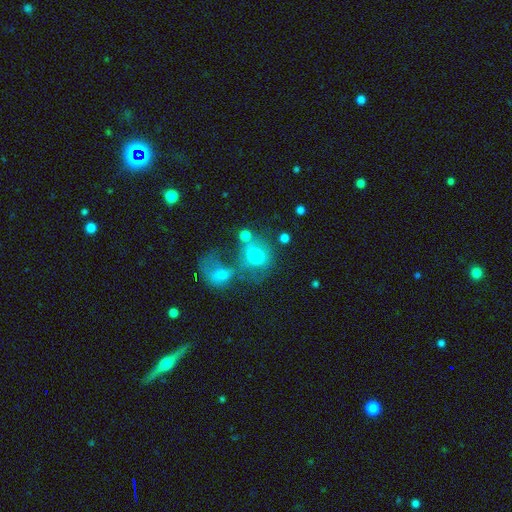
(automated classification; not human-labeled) smooth 67%, featured or disk 19%, star or artifact 13%. Down the decision tree: how rounded — round (65%); merging — merger (48%).